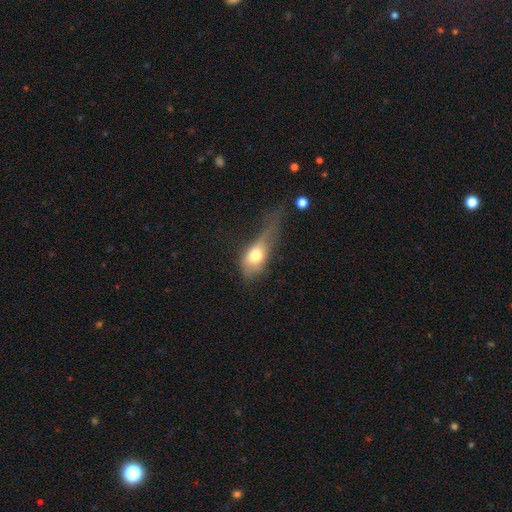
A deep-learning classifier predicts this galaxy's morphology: A smooth galaxy with no disk features (69%) that is in between round and cigar-shaped (75%).

Vote fractions:
- Smooth or featured? smooth: 69% / featured or disk: 22% / star or artifact: 9%
- How rounded? in between: 75% / round: 17% / cigar-shaped: 8%
- Merging? major disturbance: 47% / minor disturbance: 31% / none: 18% / merger: 4%